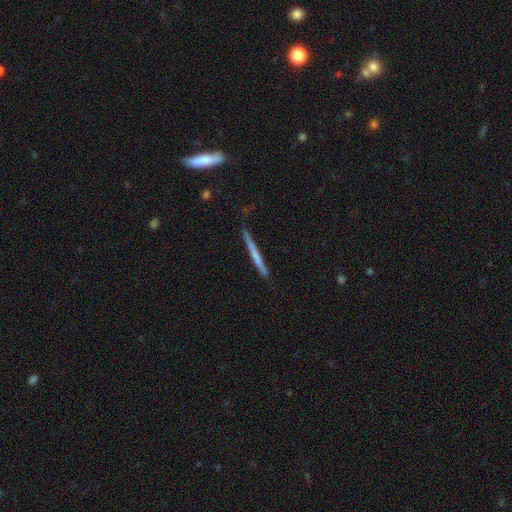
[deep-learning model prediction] Overall: featured or disk (47%, tied with smooth). Merging: none (83%).